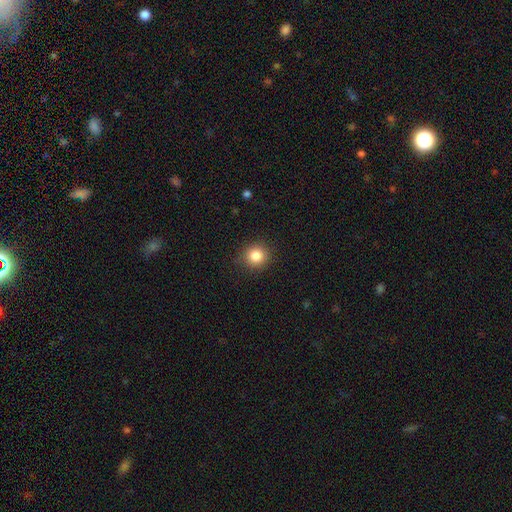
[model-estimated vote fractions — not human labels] Morphology: type=smooth (85%); roundness=round (90%); merging=none (88%).